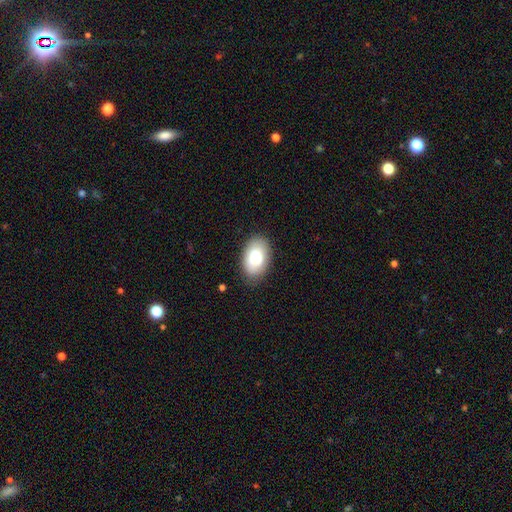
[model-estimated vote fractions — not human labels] The model was most divided on "smooth or featured": smooth: 80%, featured or disk: 14%, star or artifact: 7%. More confident: how rounded — in between (92%); merging — none (82%).